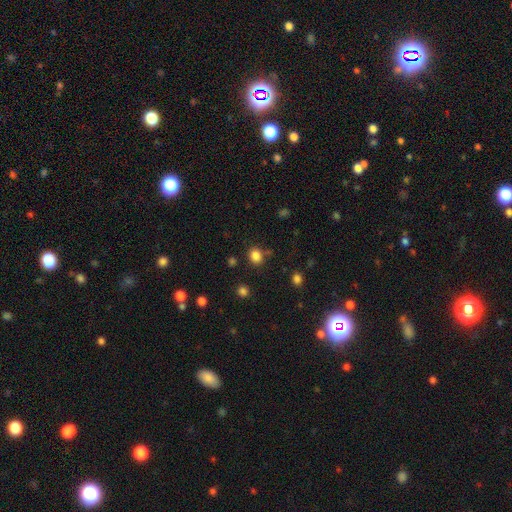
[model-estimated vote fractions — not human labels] Smooth or featured? smooth (83%)
How rounded? round (60%)
Merging? none (80%)